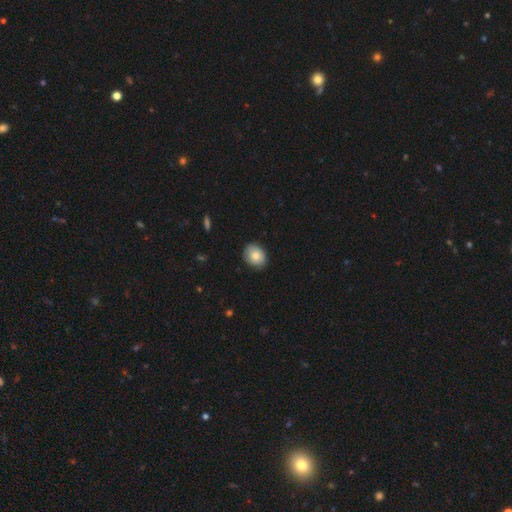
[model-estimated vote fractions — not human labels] smooth_or_featured: smooth (p=0.78) [alt: featured or disk p=0.15]
how_rounded: in between (p=0.50) [alt: round p=0.49]
merging: none (p=0.82) [alt: minor disturbance p=0.15]